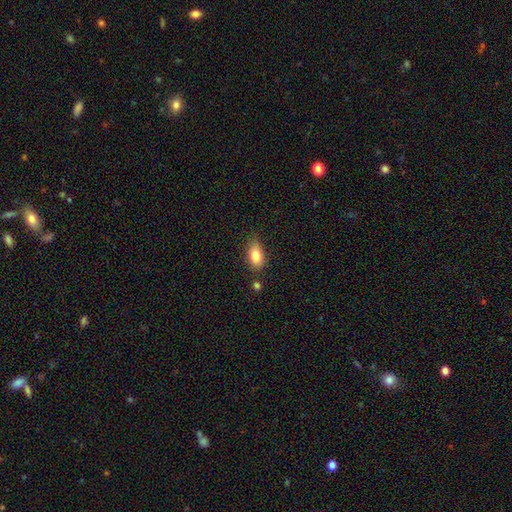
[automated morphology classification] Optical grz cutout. It shows a smooth galaxy with no disk features (81%) that is in between round and cigar-shaped (88%). Merging: none (73%).